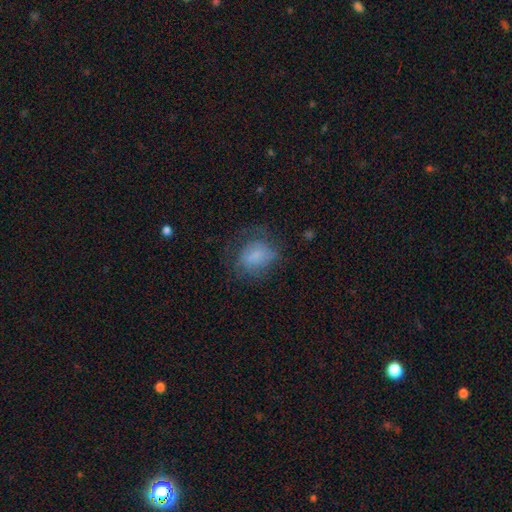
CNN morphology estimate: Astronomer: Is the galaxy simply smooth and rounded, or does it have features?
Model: smooth — 63%.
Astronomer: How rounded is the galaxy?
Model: in between — 52% (runner-up: round, 47%).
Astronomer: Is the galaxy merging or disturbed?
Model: none — 53%.